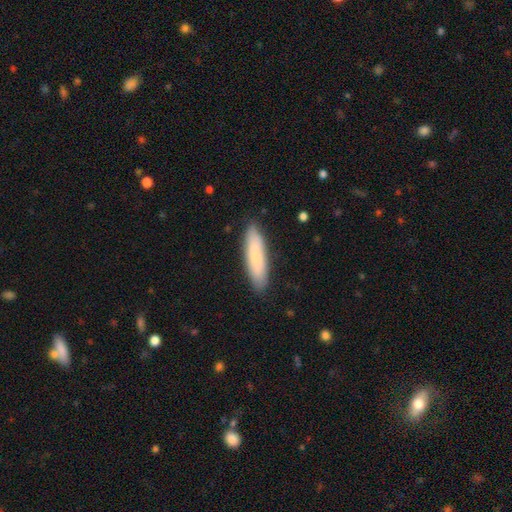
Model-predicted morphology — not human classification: Smooth or featured?
  - smooth: 81% *
  - featured or disk: 13%
  - star or artifact: 6%
How rounded?
  - cigar-shaped: 72% *
  - in between: 27%
  - round: 1%
Merging?
  - none: 88% *
  - minor disturbance: 9%
  - major disturbance: 2%
  - merger: 1%